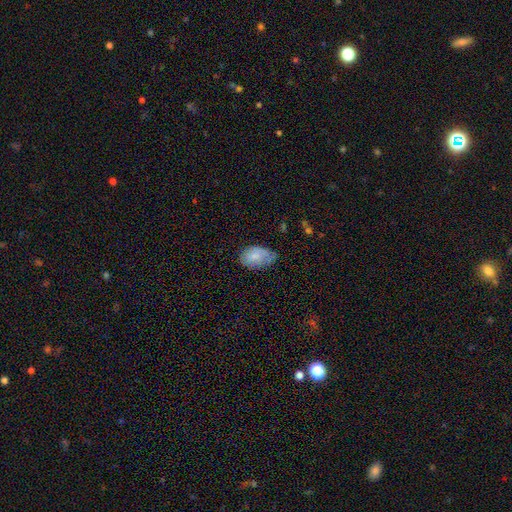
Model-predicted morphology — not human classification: type=smooth (79%); roundness=in between (91%); merging=minor disturbance (44%).